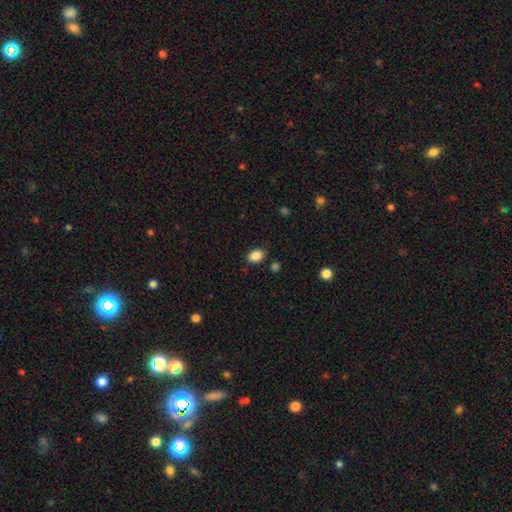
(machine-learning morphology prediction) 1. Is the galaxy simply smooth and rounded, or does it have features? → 87% smooth, 9% star or artifact, 4% featured or disk.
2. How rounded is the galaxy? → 76% in between, 23% round, 1% cigar-shaped.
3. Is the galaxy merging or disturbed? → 84% none, 11% minor disturbance, 3% merger, 3% major disturbance.